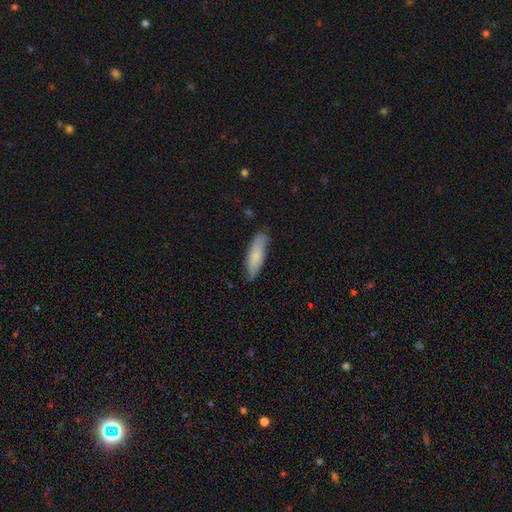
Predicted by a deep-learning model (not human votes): This is likely a smooth galaxy (76%). How rounded: possibly cigar-shaped (56%). Merging: likely none (78%).